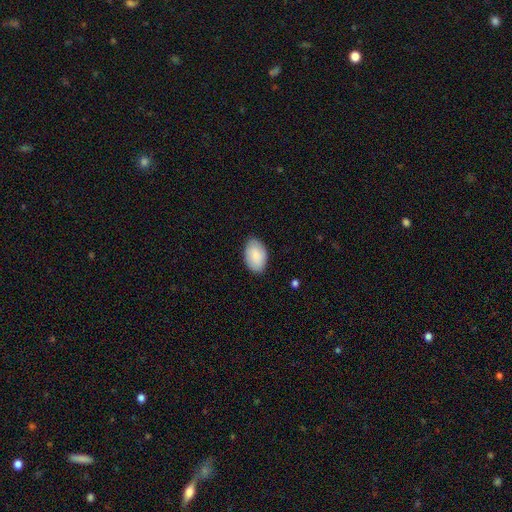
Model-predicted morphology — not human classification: smooth 87%, featured or disk 7%, star or artifact 6%. Down the decision tree: how rounded — in between (92%); merging — none (82%).